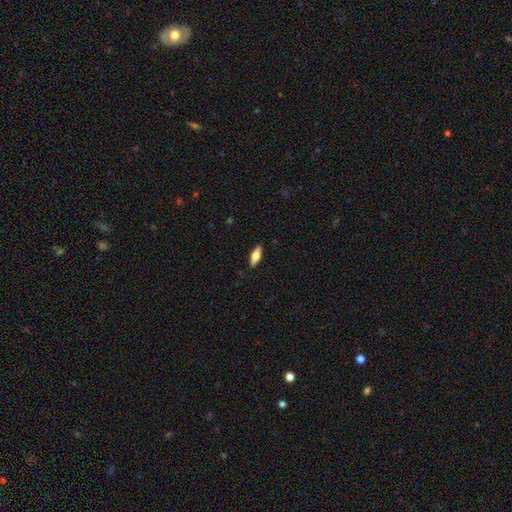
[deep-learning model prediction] Smooth or featured: smooth — 52% (featured or disk — 41%)
How rounded: in between — 62% (cigar-shaped — 35%)
Merging: none — 88% (minor disturbance — 9%)